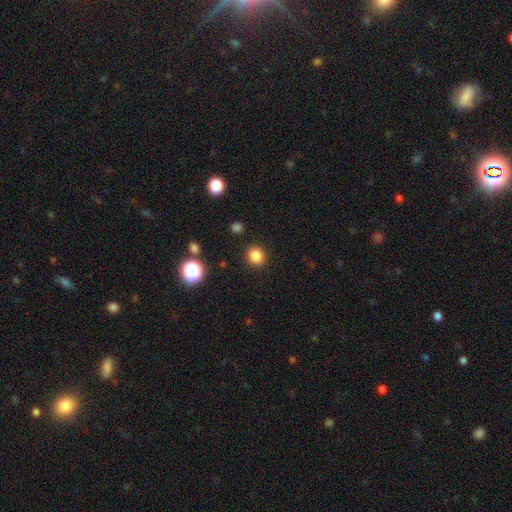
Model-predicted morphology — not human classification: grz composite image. It shows a smooth galaxy with no disk features (84%) that is round (85%). Merging: none (90%).